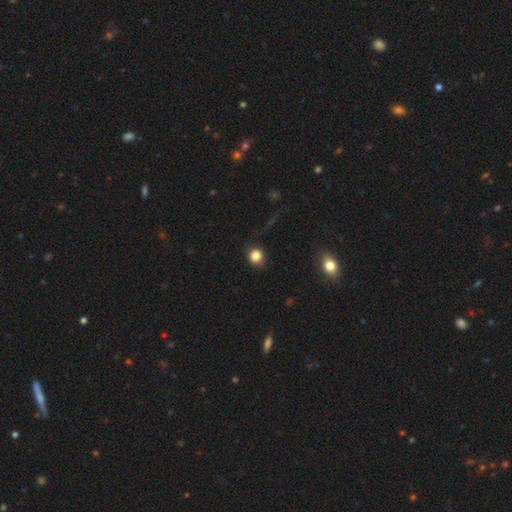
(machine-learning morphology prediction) type=smooth (85%); roundness=round (86%); merging=none (83%).